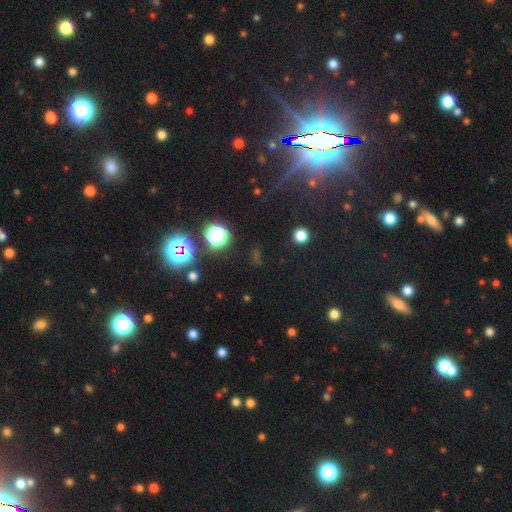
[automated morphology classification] Smooth or featured? star or artifact (68%)